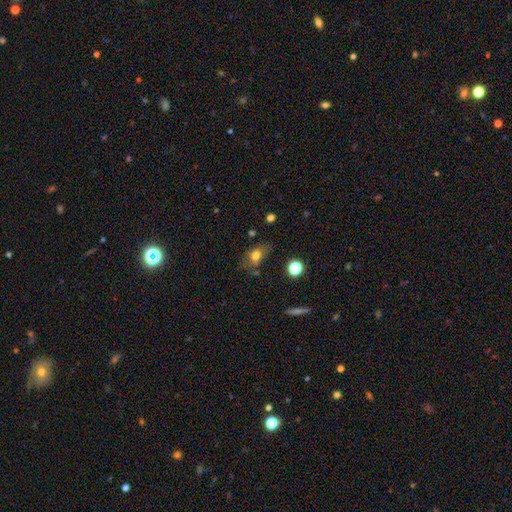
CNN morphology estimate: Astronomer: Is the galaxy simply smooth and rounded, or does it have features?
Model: smooth — 69%.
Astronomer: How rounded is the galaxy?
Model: in between — 74%.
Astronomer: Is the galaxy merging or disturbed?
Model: none — 58%.